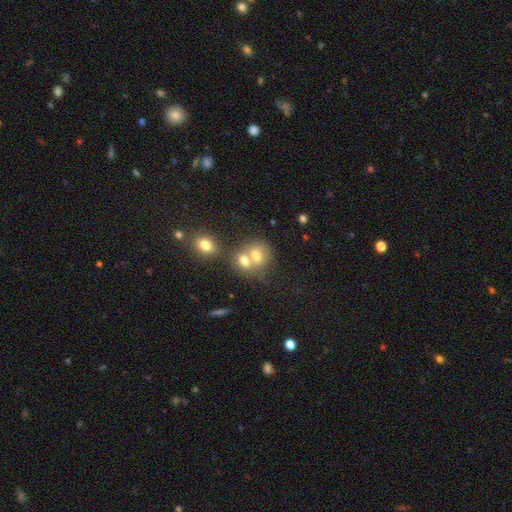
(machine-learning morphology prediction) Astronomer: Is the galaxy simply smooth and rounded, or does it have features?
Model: smooth — 65%.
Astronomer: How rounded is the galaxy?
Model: round — 71%.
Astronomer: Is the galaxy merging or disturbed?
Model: merger — 59%.